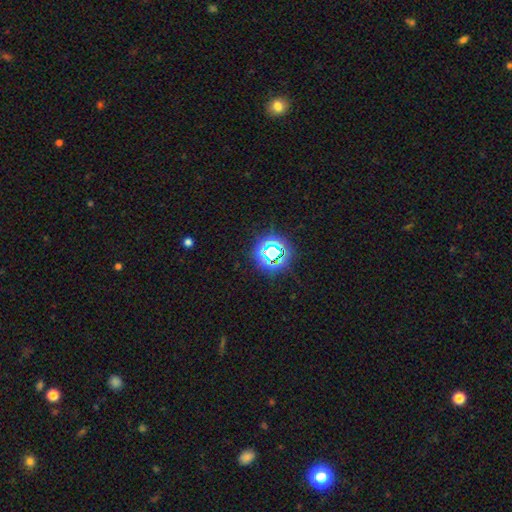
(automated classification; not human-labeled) Overall: star or artifact (77%).